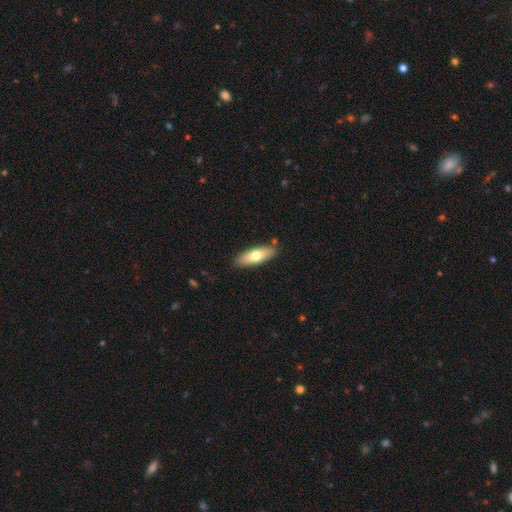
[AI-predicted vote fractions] Smooth or featured? smooth (66%)
How rounded? in between (56%)
Merging? none (85%)